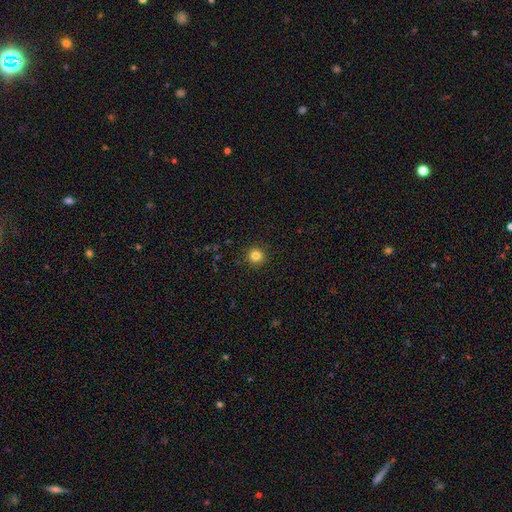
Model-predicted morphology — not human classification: Overall: smooth (82%). How rounded: round (95%). Merging: none (93%).